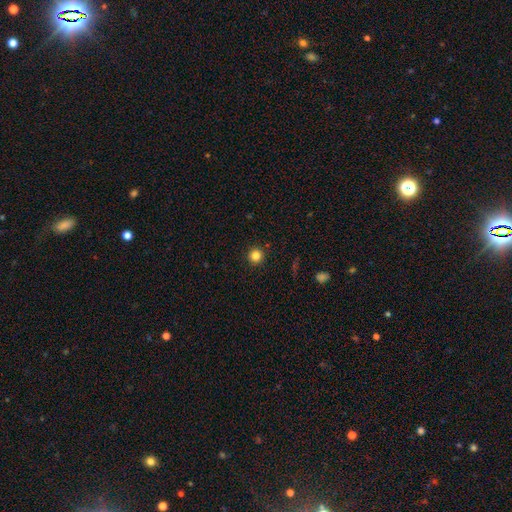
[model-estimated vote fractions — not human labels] Smooth or featured? smooth (83%)
How rounded? round (96%)
Merging? none (93%)